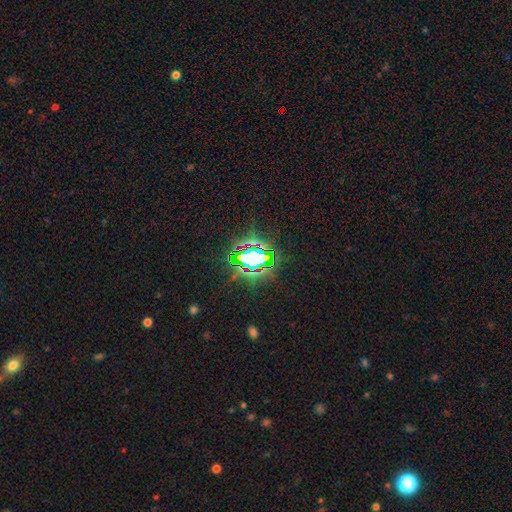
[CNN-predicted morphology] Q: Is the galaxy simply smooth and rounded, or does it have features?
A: star or artifact — 68%.